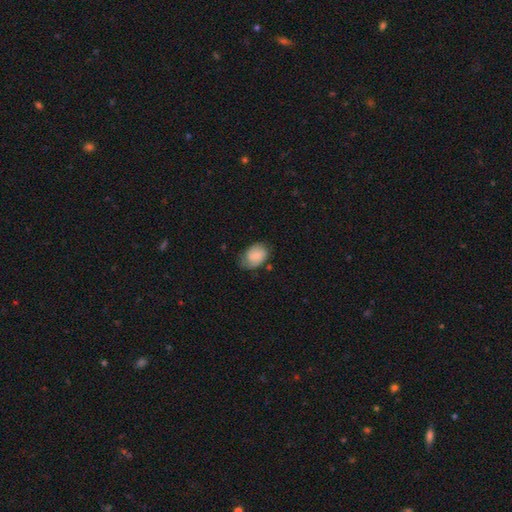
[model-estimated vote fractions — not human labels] Morphology: type=smooth (63%); roundness=in between (78%); merging=none (59%).